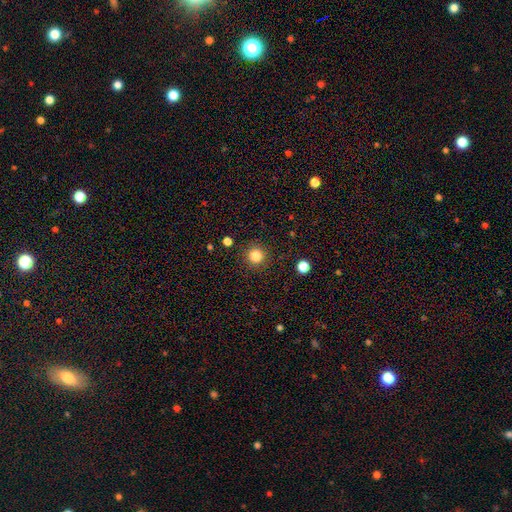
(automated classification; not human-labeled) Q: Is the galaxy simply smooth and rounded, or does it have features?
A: smooth — 83%.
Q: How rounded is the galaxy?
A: round — 95%.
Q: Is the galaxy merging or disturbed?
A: none — 90%.